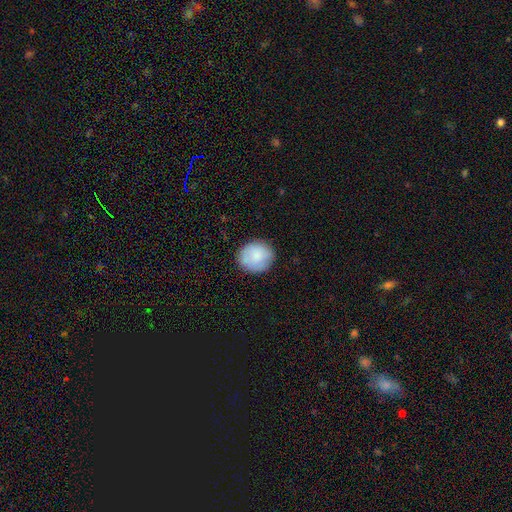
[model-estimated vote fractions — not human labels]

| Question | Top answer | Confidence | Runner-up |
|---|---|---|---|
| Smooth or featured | smooth | 85% | featured or disk (9%) |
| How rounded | round | 83% | in between (16%) |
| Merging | none | 84% | minor disturbance (12%) |